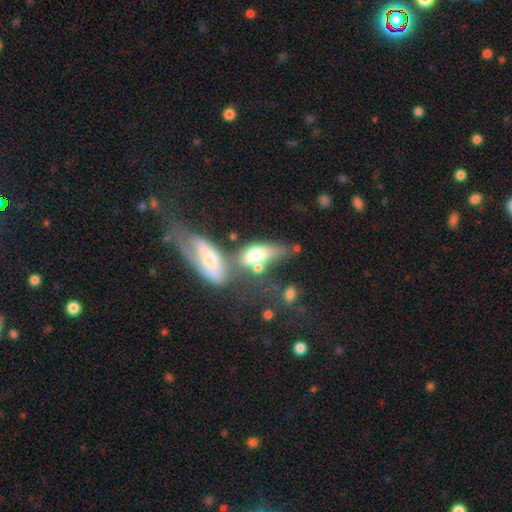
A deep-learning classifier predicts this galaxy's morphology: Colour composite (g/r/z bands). It shows a smooth galaxy with no disk features (58%) that is in between round and cigar-shaped (75%). Merging: merger (50%).